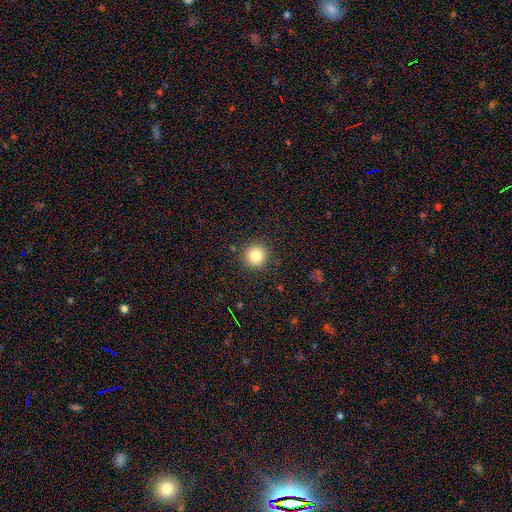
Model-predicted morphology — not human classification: Overall: smooth (83%). How rounded: round (94%). Merging: none (90%).